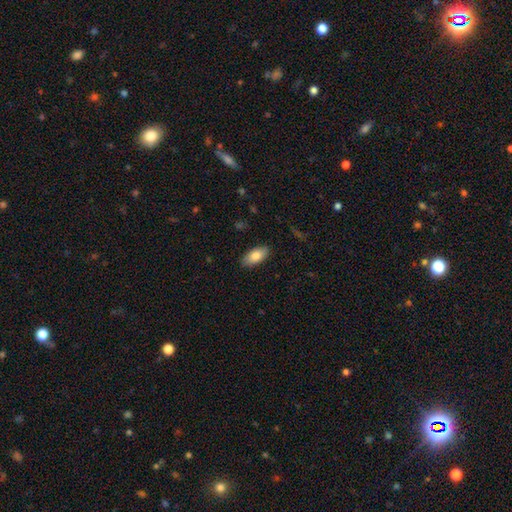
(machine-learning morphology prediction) This is clearly a smooth galaxy (82%). How rounded: clearly in between (92%). Merging: clearly none (88%).